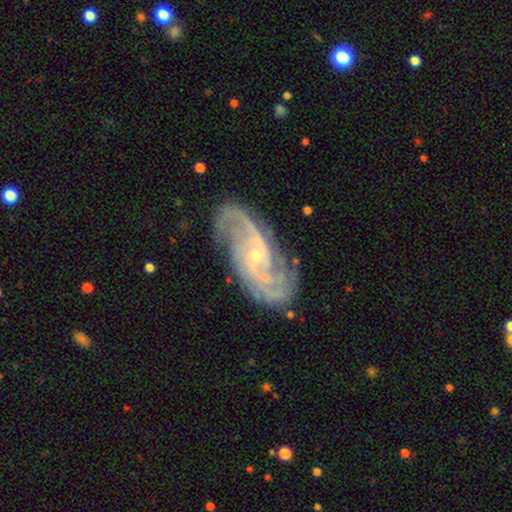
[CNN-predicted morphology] A featured or disk galaxy (89%) with no bar (52%), 2 (52%) medium (47%) spiral arms (97%) and a small central bulge (79%).

Vote fractions:
- Smooth or featured? featured or disk: 89% / star or artifact: 6% / smooth: 5%
- Edge-on disk? no: 95% / yes: 5%
- Bar? no: 52% / weak: 37% / strong: 11%
- Spiral arms? yes: 97% / no: 3%
- Spiral winding? medium: 47% / tight: 33% / loose: 20%
- Spiral arm count? 2: 52% / can't tell: 16% / 3: 15% / 4: 7% / more than 4: 5% / 1: 5%
- Bulge size? small: 79% / moderate: 17% / none: 2% / large: 1% / dominant: 1%
- Merging? none: 75% / minor disturbance: 16% / major disturbance: 7% / merger: 2%